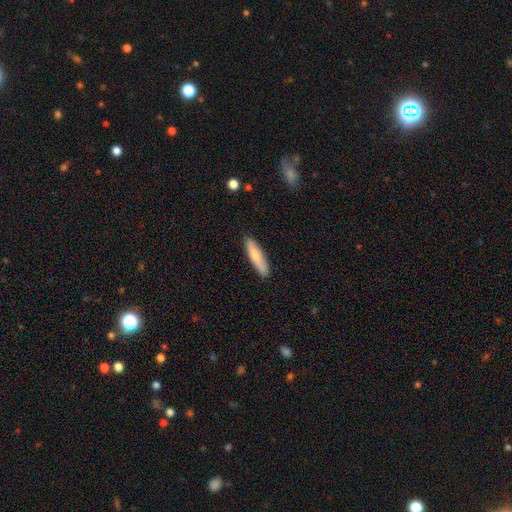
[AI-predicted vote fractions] Overall: smooth (74%). How rounded: cigar-shaped (78%). Merging: none (88%).